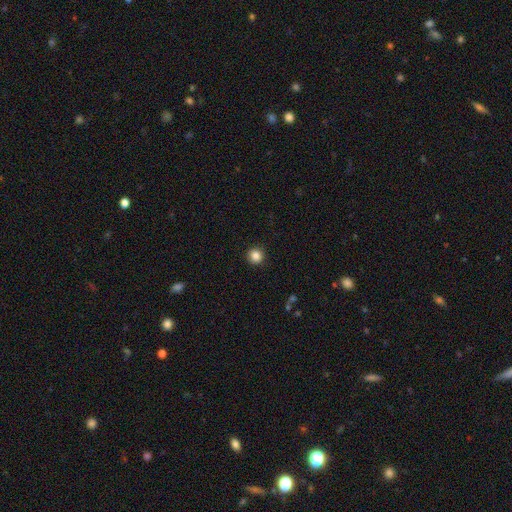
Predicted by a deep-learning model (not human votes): Smooth or featured? Predicted: smooth (p=0.85). How rounded? Predicted: round (p=0.95). Merging? Predicted: none (p=0.93).